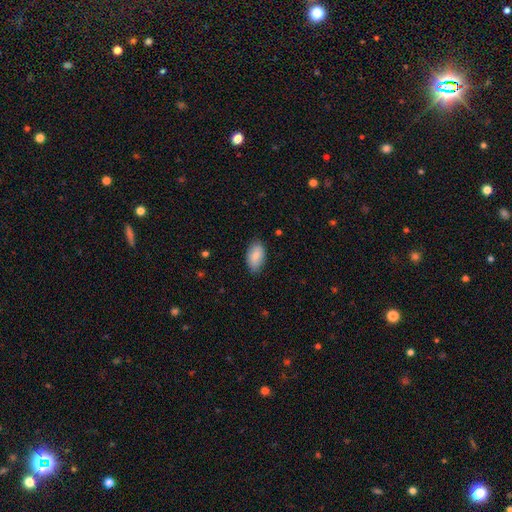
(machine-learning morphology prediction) smooth_or_featured: smooth (p=0.83) [alt: featured or disk p=0.11]
how_rounded: in between (p=0.94) [alt: round p=0.04]
merging: none (p=0.80) [alt: minor disturbance p=0.16]